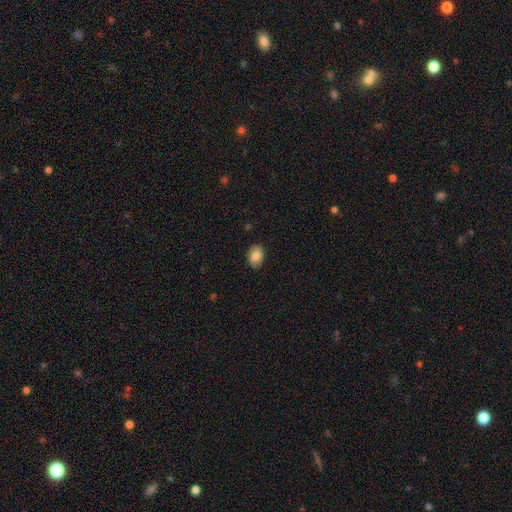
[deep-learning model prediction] This appears to be a smooth galaxy with no disk features (84%) that is in between round and cigar-shaped (79%). Merging: none (87%).